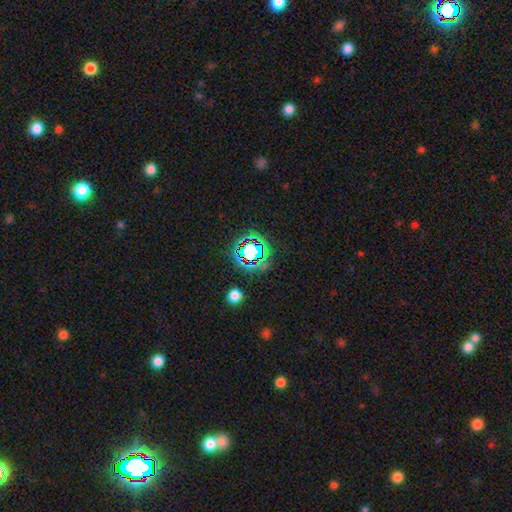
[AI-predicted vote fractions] A star or artifact, not a galaxy (73%).

Vote fractions:
- Smooth or featured? star or artifact: 73% / smooth: 17% / featured or disk: 9%